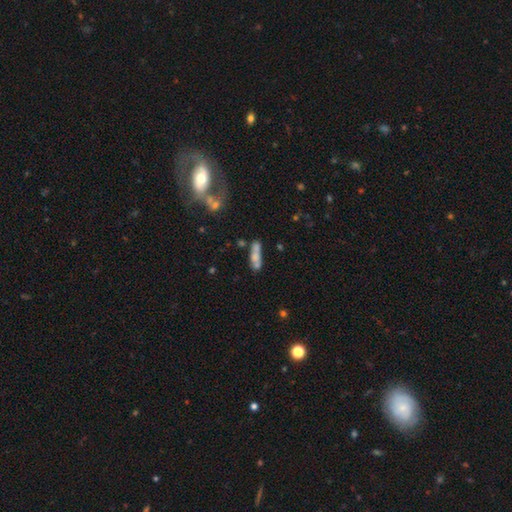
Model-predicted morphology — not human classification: smooth-or-featured: smooth: 60% | featured or disk: 30% | star or artifact: 10%
  how-rounded: cigar-shaped: 56% | in between: 39% | round: 4%
  merging: none: 42% | merger: 30% | minor disturbance: 18% | major disturbance: 10%